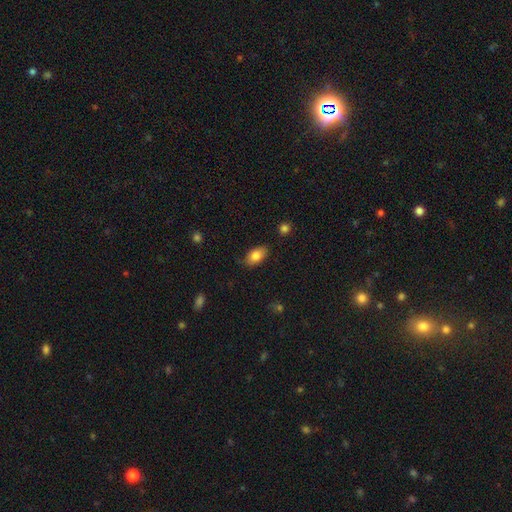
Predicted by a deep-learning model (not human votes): Q: Smooth or featured?
A: smooth (81%); runner-up: featured or disk (11%)
Q: How rounded?
A: in between (91%); runner-up: round (6%)
Q: Merging?
A: none (80%); runner-up: minor disturbance (15%)